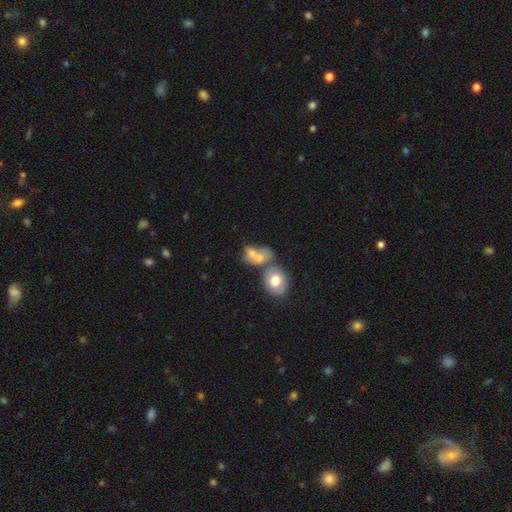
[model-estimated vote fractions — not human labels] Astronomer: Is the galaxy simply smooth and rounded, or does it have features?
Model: smooth — 62%.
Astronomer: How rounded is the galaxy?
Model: in between — 68%.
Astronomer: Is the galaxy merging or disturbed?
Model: merger — 57%.